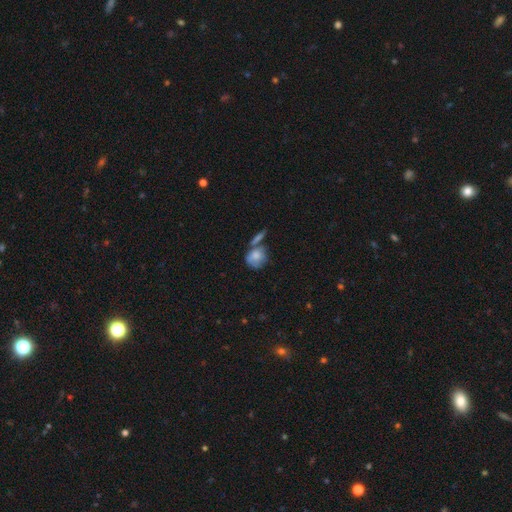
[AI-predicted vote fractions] The model was most divided on "merging": none: 42%, merger: 28%, minor disturbance: 20%, major disturbance: 10%. More confident: smooth or featured — smooth (73%); how rounded — round (70%).